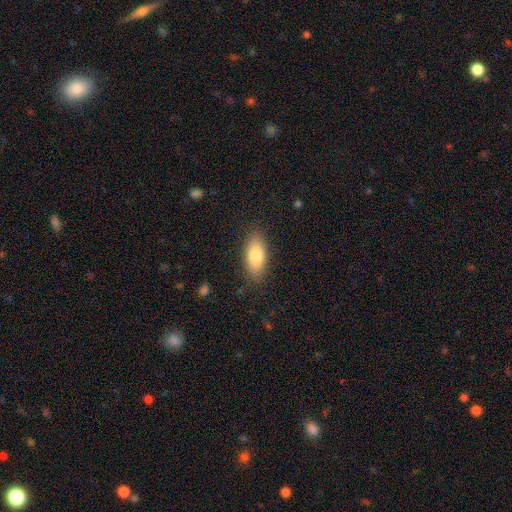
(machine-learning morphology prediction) smooth 80%, featured or disk 13%, star or artifact 7%. Down the decision tree: how rounded — in between (84%); merging — none (85%).